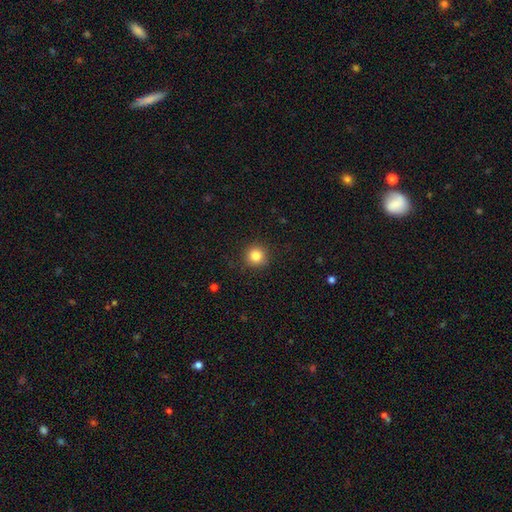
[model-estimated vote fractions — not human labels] smooth_or_featured: smooth (p=0.84) [alt: star or artifact p=0.11]
how_rounded: round (p=0.93) [alt: in between p=0.06]
merging: none (p=0.90) [alt: minor disturbance p=0.07]